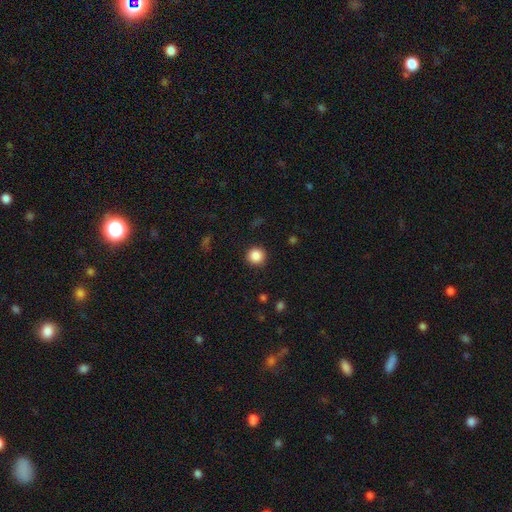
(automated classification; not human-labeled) This is clearly a smooth galaxy (86%). How rounded: clearly round (94%). Merging: clearly none (91%).